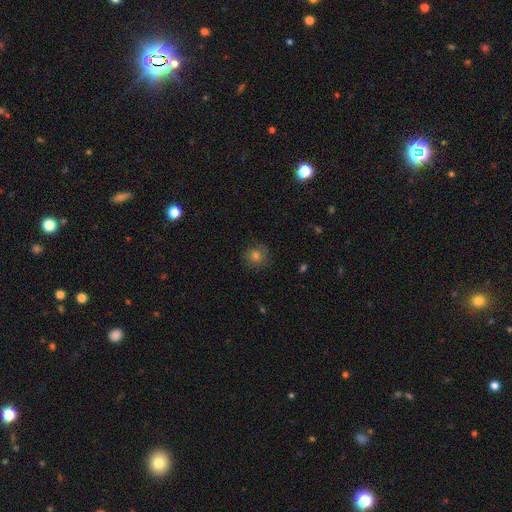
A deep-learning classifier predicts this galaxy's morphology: Smooth or featured? smooth (75%)
How rounded? round (91%)
Merging? none (83%)